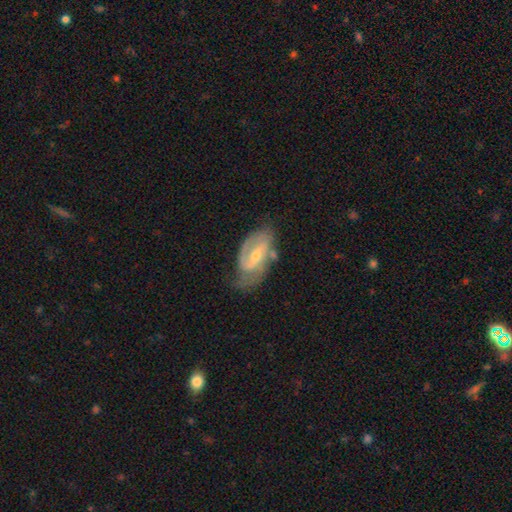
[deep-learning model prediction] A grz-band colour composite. It shows a featured or disk galaxy (81%) with a weak bar (47%), 2 (71%) medium (46%) spiral arms (92%) and a small central bulge (55%). Merging: none (56%).